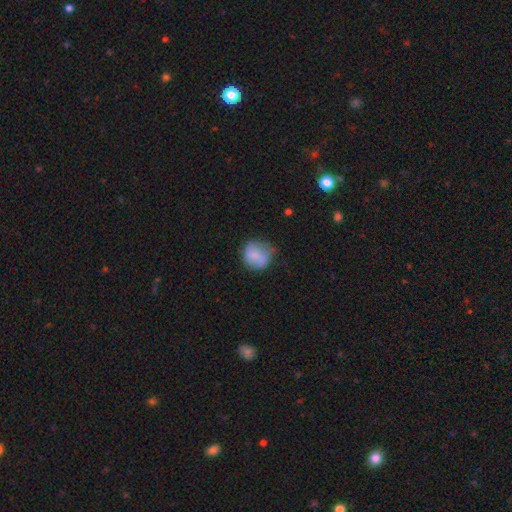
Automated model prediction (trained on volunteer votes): smooth 70%, featured or disk 21%, star or artifact 9%. Down the decision tree: how rounded — round (74%); merging — none (47%).